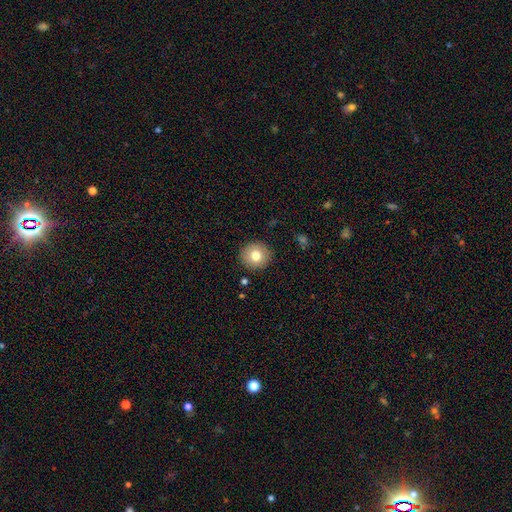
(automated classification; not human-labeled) Overall: smooth (78%). How rounded: round (92%). Merging: none (90%).